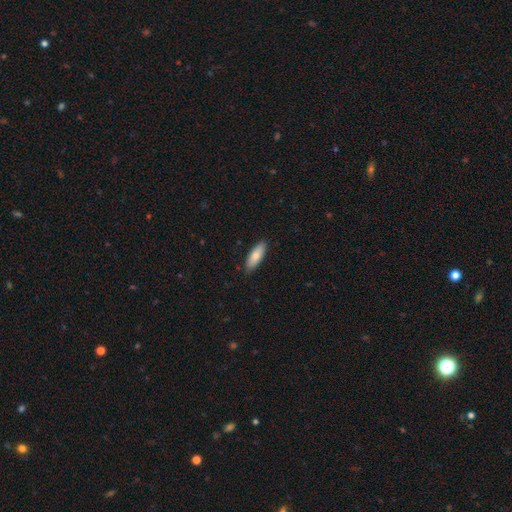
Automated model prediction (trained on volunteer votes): This appears to be a smooth galaxy with no disk features (80%) that is in between round and cigar-shaped (65%). Merging: none (87%).